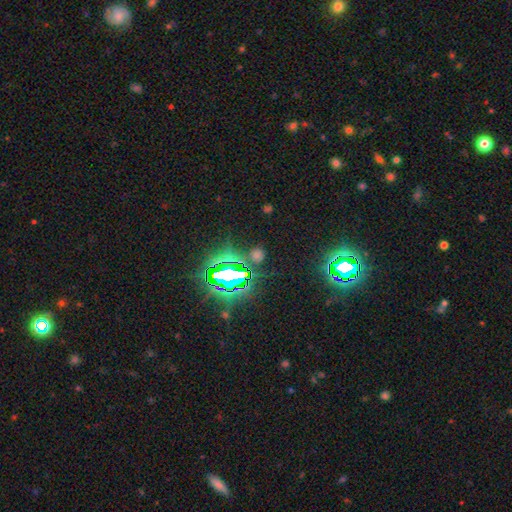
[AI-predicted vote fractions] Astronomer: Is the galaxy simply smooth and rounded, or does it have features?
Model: star or artifact — 70%.